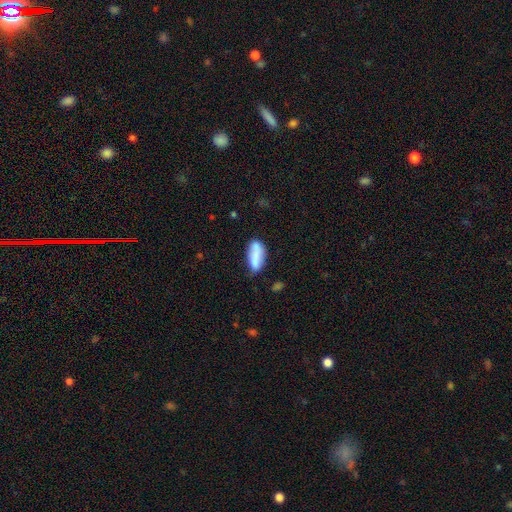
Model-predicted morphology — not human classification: Q: Smooth or featured?
A: smooth (80%); runner-up: featured or disk (13%)
Q: How rounded?
A: in between (78%); runner-up: cigar-shaped (19%)
Q: Merging?
A: none (60%); runner-up: minor disturbance (26%)